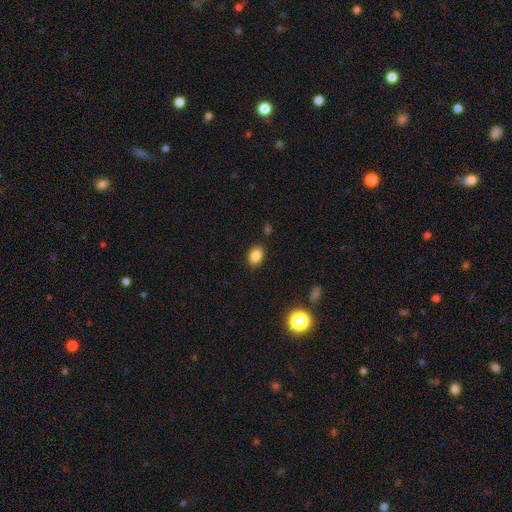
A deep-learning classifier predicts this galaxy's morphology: A smooth galaxy with no disk features (85%) that is in between round and cigar-shaped (80%). Merging: none (86%).